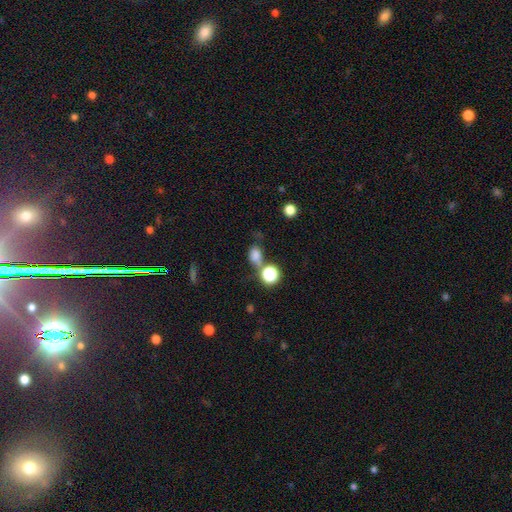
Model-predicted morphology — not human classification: Smooth or featured? Predicted: smooth (p=0.72). How rounded? Predicted: in between (p=0.55). Merging? Predicted: none (p=0.45).